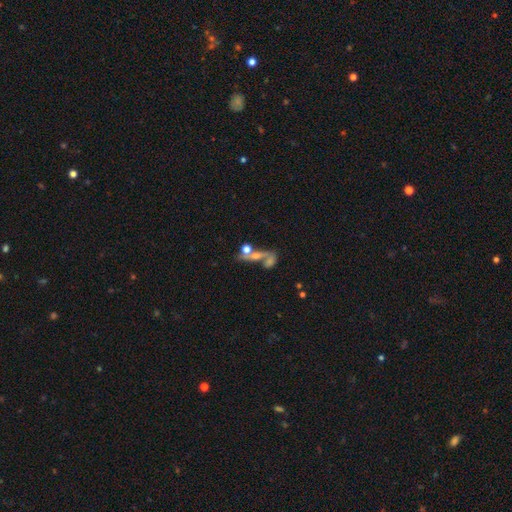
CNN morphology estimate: A featured or disk galaxy (43%).

Vote fractions:
- Smooth or featured? featured or disk: 43% / smooth: 40% / star or artifact: 18%
- Merging? merger: 53% / none: 22% / major disturbance: 16% / minor disturbance: 9%